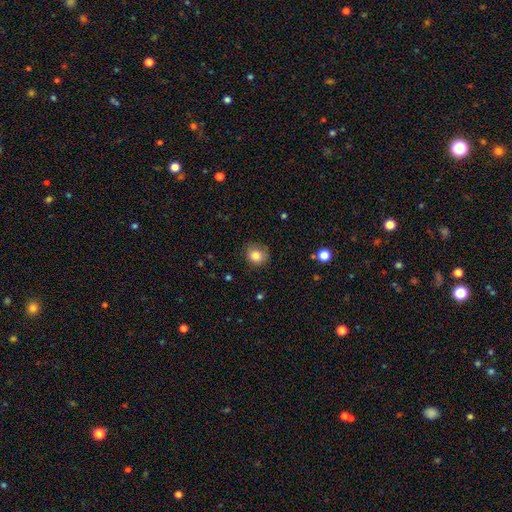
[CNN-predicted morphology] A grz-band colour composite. It shows a smooth galaxy with no disk features (83%) that is round (75%). Merging: none (78%).